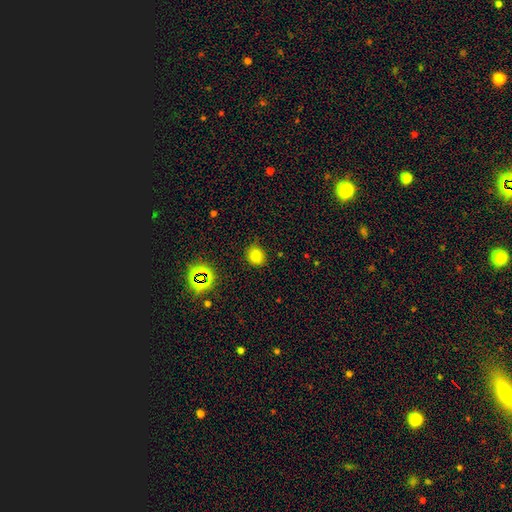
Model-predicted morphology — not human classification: Overall: smooth (75%). How rounded: round (76%). Merging: none (76%).